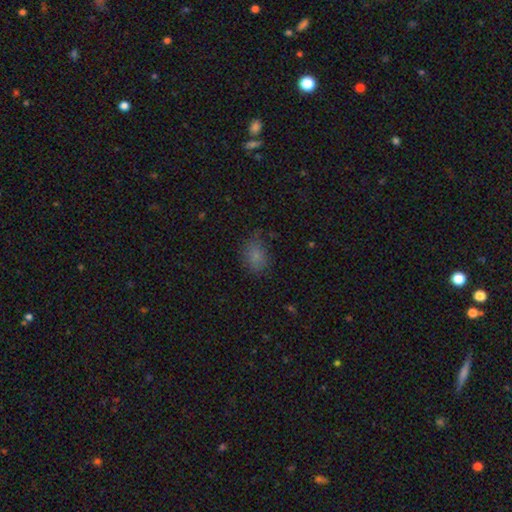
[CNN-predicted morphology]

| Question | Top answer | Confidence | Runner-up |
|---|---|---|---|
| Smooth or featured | smooth | 79% | star or artifact (14%) |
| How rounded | in between | 71% | round (28%) |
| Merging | none | 65% | minor disturbance (25%) |